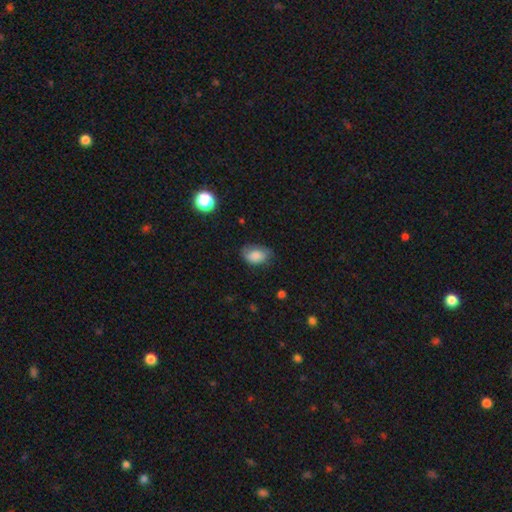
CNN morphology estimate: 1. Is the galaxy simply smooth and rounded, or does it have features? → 79% smooth, 12% featured or disk, 9% star or artifact.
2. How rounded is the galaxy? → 83% in between, 16% round, 1% cigar-shaped.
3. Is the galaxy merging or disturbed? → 58% none, 30% minor disturbance, 10% major disturbance, 1% merger.